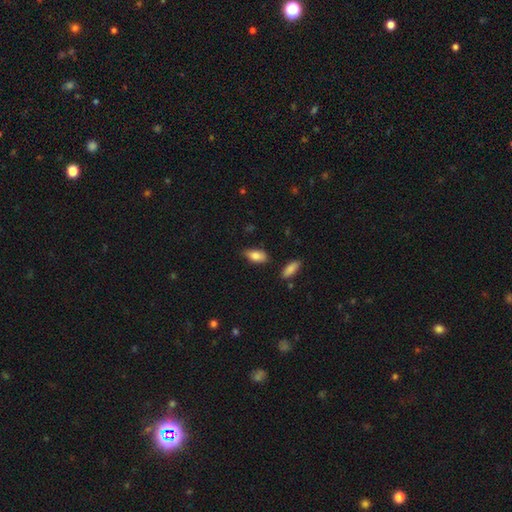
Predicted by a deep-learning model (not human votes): Q: Smooth or featured?
A: smooth (82%); runner-up: featured or disk (11%)
Q: How rounded?
A: in between (88%); runner-up: cigar-shaped (9%)
Q: Merging?
A: none (72%); runner-up: minor disturbance (21%)